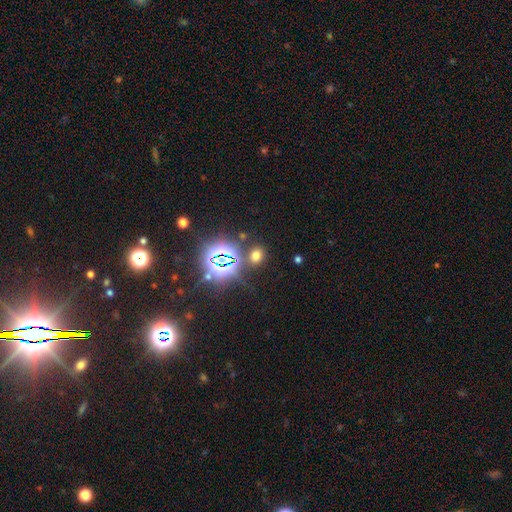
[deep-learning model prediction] smooth_or_featured: smooth (p=0.55) [alt: star or artifact p=0.37]
how_rounded: round (p=0.57) [alt: in between p=0.41]
merging: none (p=0.81) [alt: minor disturbance p=0.09]